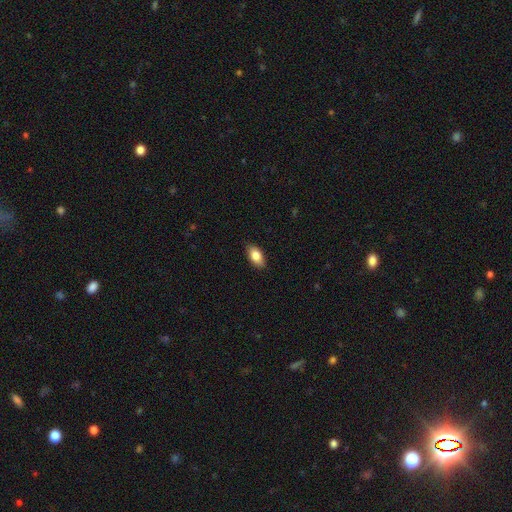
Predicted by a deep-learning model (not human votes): A smooth galaxy with no disk features (84%) that is in between round and cigar-shaped (92%). Merging: none (88%).